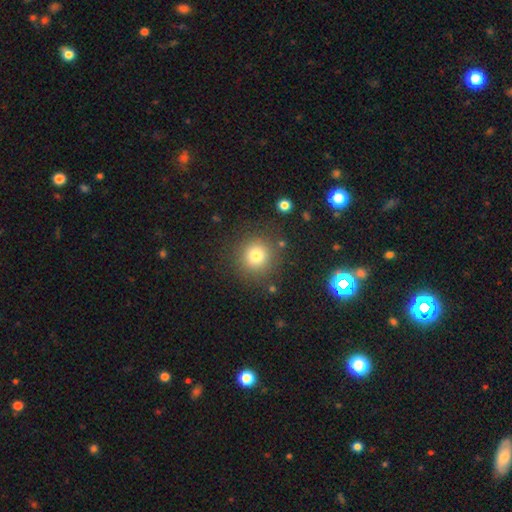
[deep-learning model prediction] smooth 78%, star or artifact 14%, featured or disk 9%. Down the decision tree: how rounded — round (93%); merging — none (85%).